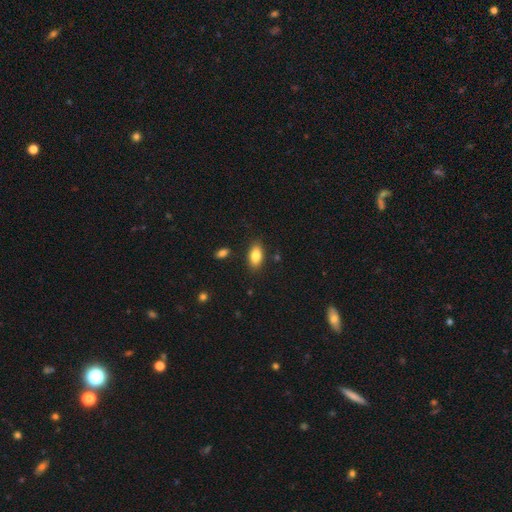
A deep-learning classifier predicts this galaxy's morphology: smooth 84%, featured or disk 9%, star or artifact 7%. Down the decision tree: how rounded — in between (91%); merging — none (85%).